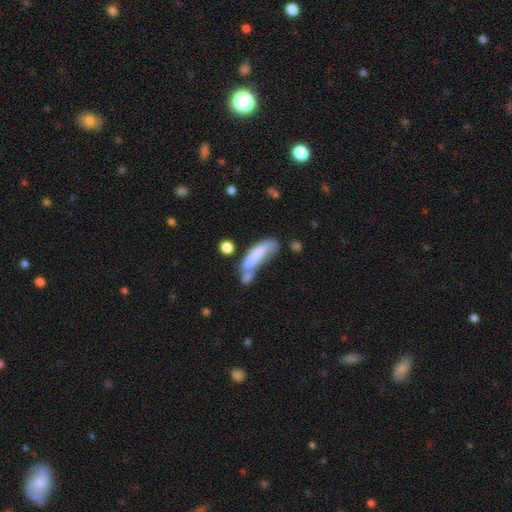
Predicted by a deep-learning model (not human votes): Overall: smooth (63%; featured or disk 29%). How rounded: cigar-shaped (61%; in between 36%). Merging: merger (40%; none 23%).